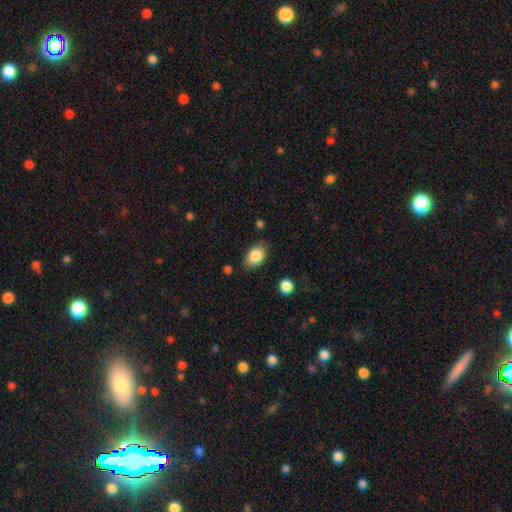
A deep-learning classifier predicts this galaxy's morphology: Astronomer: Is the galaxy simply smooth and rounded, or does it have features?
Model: smooth — 85%.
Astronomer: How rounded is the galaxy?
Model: in between — 83%.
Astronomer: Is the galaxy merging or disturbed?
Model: none — 78%.